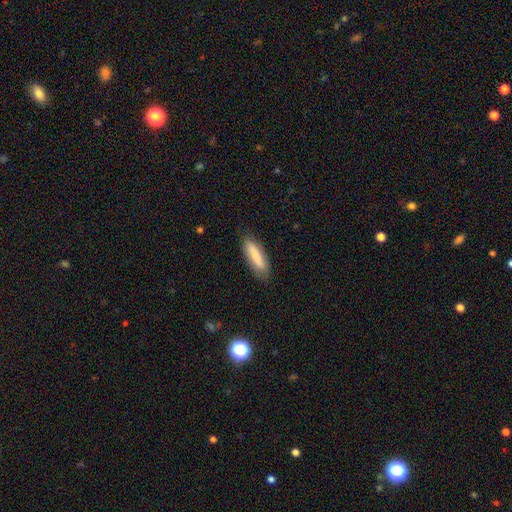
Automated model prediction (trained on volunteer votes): This is likely a smooth galaxy (73%). How rounded: possibly cigar-shaped (55%). Merging: clearly none (81%).